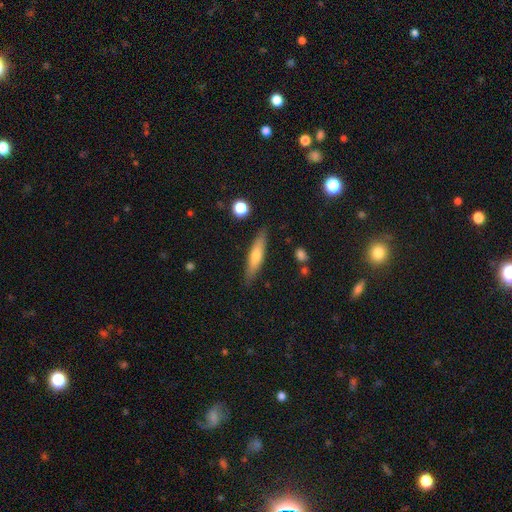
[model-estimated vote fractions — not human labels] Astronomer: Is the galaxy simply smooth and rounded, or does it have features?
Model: smooth — 57% (runner-up: featured or disk, 37%).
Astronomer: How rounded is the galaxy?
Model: cigar-shaped — 82%.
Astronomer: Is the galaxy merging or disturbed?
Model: none — 86%.